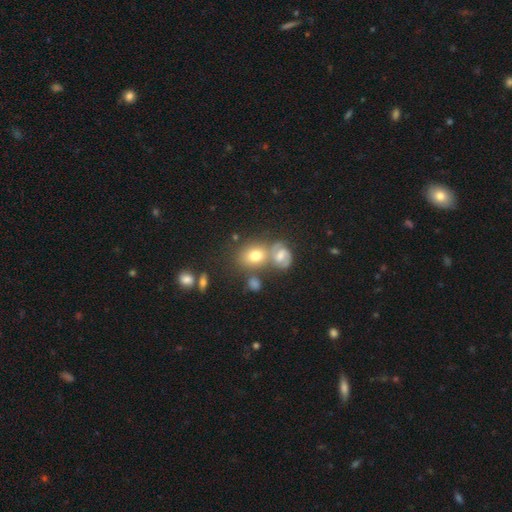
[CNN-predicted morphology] This appears to be a smooth galaxy with no disk features (64%) that is round (50%). Merging: none (45%).